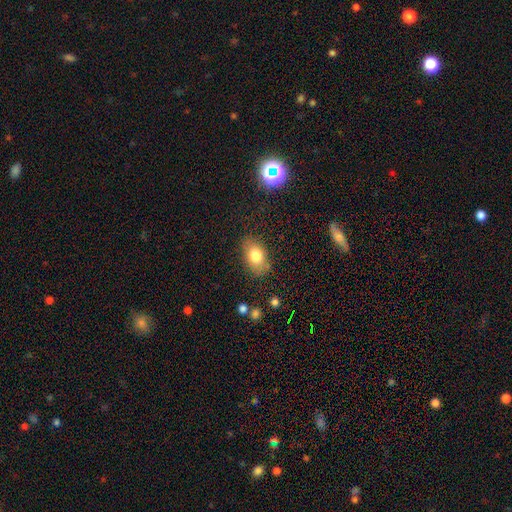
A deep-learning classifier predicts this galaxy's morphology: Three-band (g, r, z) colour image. It shows a smooth galaxy with no disk features (78%) that is in between round and cigar-shaped (84%). Merging: none (78%).